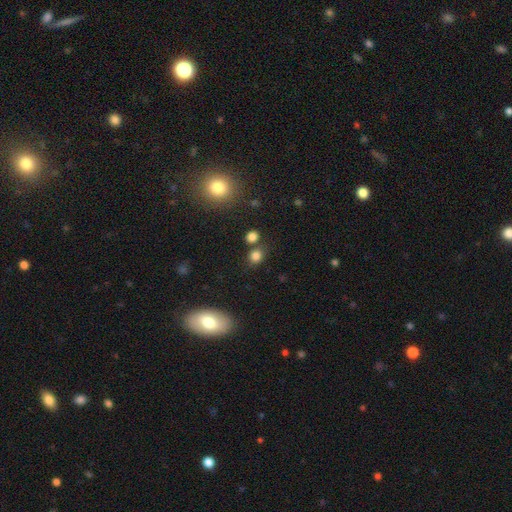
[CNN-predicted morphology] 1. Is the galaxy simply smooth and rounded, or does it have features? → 79% smooth, 15% star or artifact, 6% featured or disk.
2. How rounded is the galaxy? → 72% round, 27% in between, 1% cigar-shaped.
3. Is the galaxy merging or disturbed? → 69% none, 16% merger, 11% minor disturbance, 4% major disturbance.